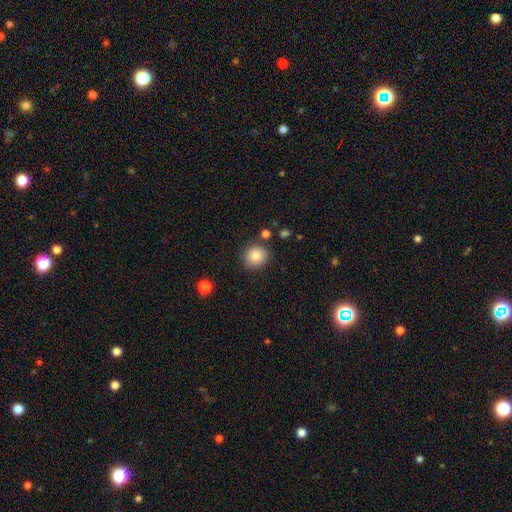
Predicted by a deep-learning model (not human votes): smooth 85%, star or artifact 9%, featured or disk 6%. Down the decision tree: how rounded — round (83%); merging — none (84%).